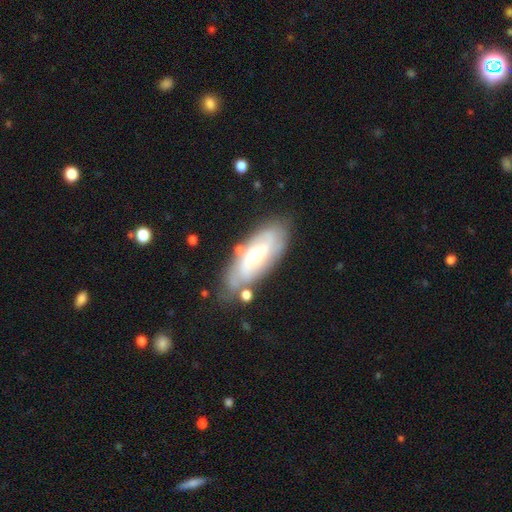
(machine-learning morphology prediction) This is likely a featured or disk galaxy (65%). It is clearly not viewed edge-on (85%). Bar: possibly no (55%). Spiral arm pattern: clearly yes (81%). Central bulge: possibly moderate (58%). Merging: likely none (72%).